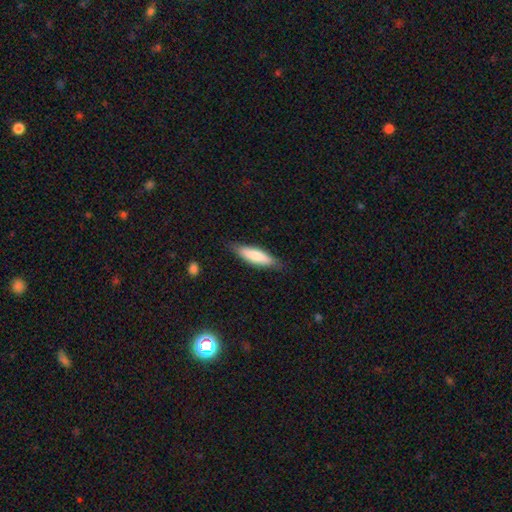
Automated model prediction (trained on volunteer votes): This is likely a smooth galaxy (78%). How rounded: possibly cigar-shaped (56%). Merging: clearly none (80%).